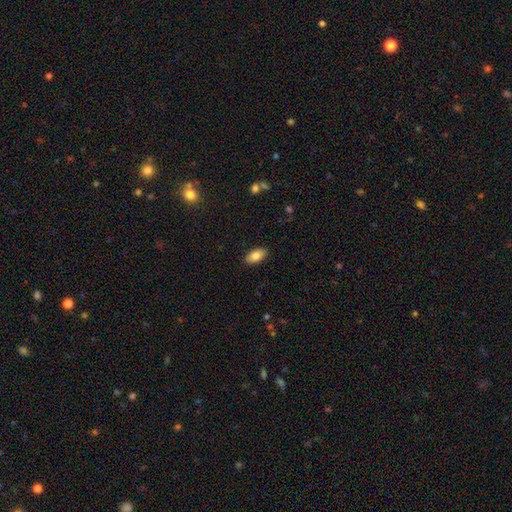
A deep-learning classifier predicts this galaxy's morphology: smooth_or_featured: smooth (p=0.83) [alt: featured or disk p=0.10]
how_rounded: in between (p=0.93) [alt: cigar-shaped p=0.04]
merging: none (p=0.89) [alt: minor disturbance p=0.08]